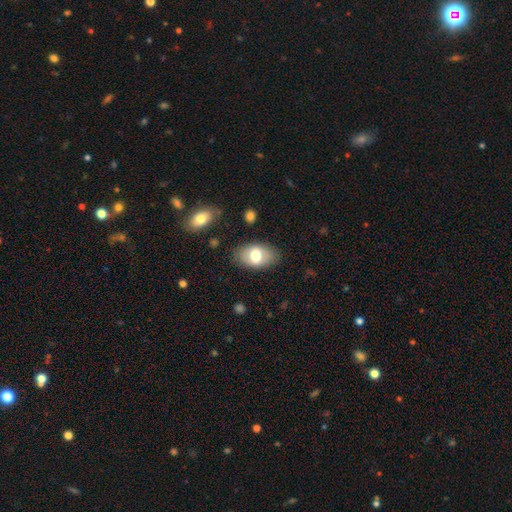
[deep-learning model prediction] smooth_or_featured: smooth (p=0.69) [alt: featured or disk p=0.24]
how_rounded: in between (p=0.91) [alt: round p=0.08]
merging: none (p=0.82) [alt: minor disturbance p=0.13]